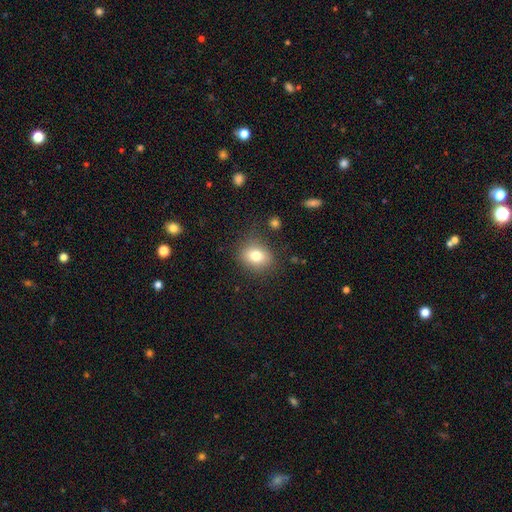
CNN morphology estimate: Smooth or featured?
  - smooth: 78% *
  - star or artifact: 11%
  - featured or disk: 11%
How rounded?
  - round: 55% *
  - in between: 44%
  - cigar-shaped: 1%
Merging?
  - none: 80% *
  - minor disturbance: 13%
  - major disturbance: 4%
  - merger: 2%